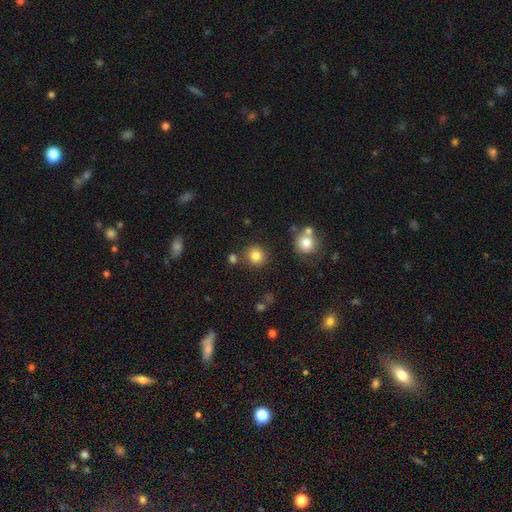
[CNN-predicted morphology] smooth_or_featured: smooth (p=0.83) [alt: star or artifact p=0.12]
how_rounded: round (p=0.91) [alt: in between p=0.08]
merging: none (p=0.83) [alt: minor disturbance p=0.08]